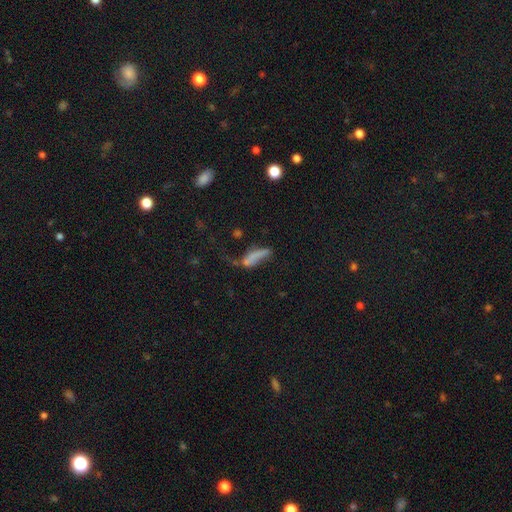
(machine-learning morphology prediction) smooth-or-featured: smooth: 61% | featured or disk: 25% | star or artifact: 14%
  how-rounded: cigar-shaped: 50% | in between: 45% | round: 4%
  merging: none: 29% (tied) | major disturbance: 29% (tied) | minor disturbance: 22% | merger: 20%